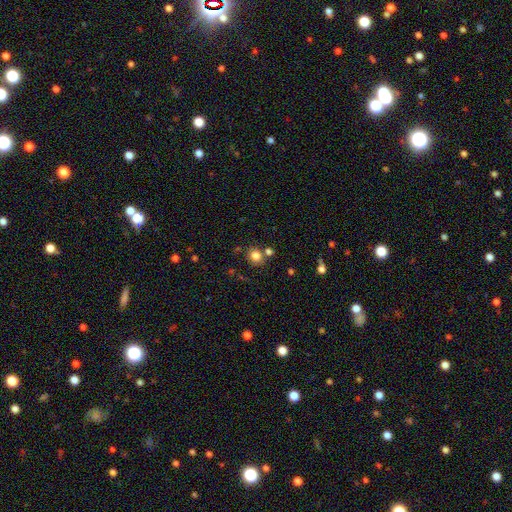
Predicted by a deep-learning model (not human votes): The model was most divided on "merging": none: 73%, merger: 13%, minor disturbance: 10%, major disturbance: 4%. More confident: smooth or featured — smooth (81%); how rounded — round (81%).